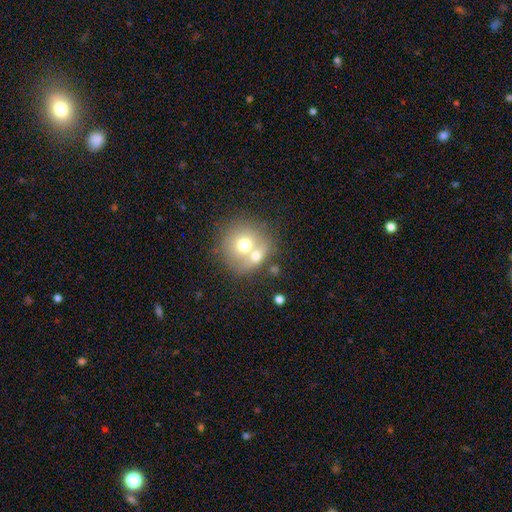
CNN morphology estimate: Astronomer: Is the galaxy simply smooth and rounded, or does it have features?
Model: smooth — 64%.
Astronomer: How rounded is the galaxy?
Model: round — 83%.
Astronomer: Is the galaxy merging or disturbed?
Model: merger — 54% (runner-up: none, 34%).